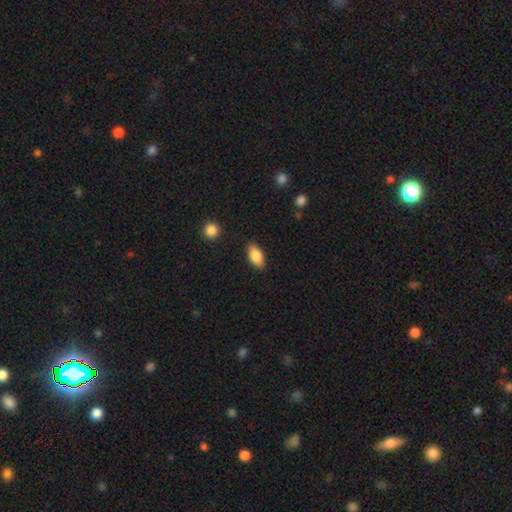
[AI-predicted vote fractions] smooth 87%, star or artifact 7%, featured or disk 6%. Down the decision tree: how rounded — in between (92%); merging — none (86%).